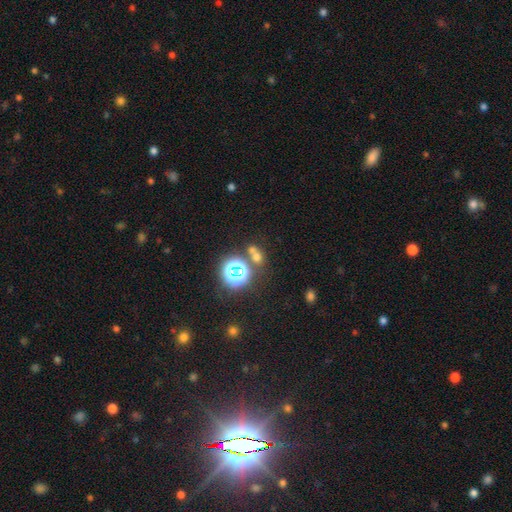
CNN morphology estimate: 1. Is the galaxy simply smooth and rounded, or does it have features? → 52% smooth, 39% star or artifact, 10% featured or disk.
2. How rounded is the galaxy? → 63% round, 35% in between, 2% cigar-shaped.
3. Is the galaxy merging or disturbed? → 55% none, 30% merger, 10% minor disturbance, 5% major disturbance.